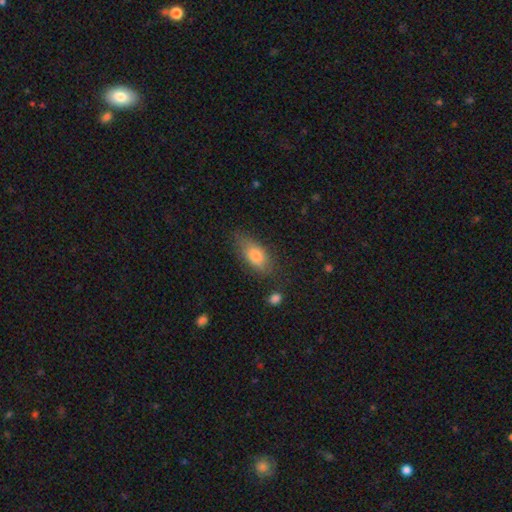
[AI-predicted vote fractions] The model was most divided on "merging": none: 66%, minor disturbance: 25%, major disturbance: 7%, merger: 3%. More confident: how rounded — in between (83%); smooth or featured — smooth (77%).